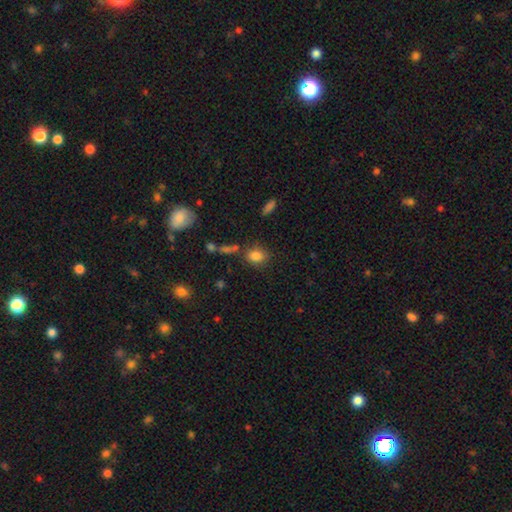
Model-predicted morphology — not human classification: Smooth or featured? smooth (82%)
How rounded? round (57%)
Merging? none (75%)